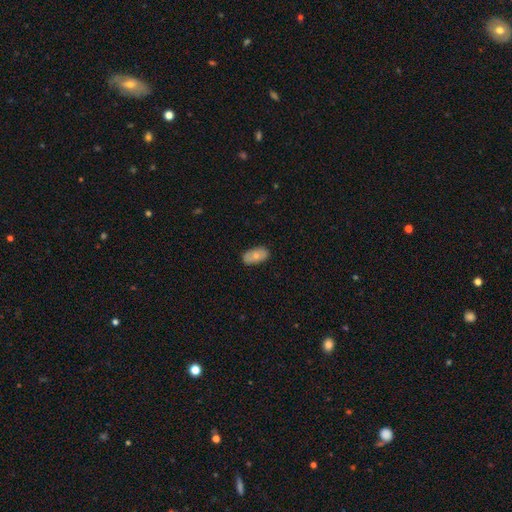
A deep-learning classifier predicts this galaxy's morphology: Smooth or featured?
  - smooth: 73% *
  - featured or disk: 21%
  - star or artifact: 7%
How rounded?
  - in between: 93% *
  - round: 4%
  - cigar-shaped: 3%
Merging?
  - none: 82% *
  - minor disturbance: 14%
  - major disturbance: 2%
  - merger: 1%